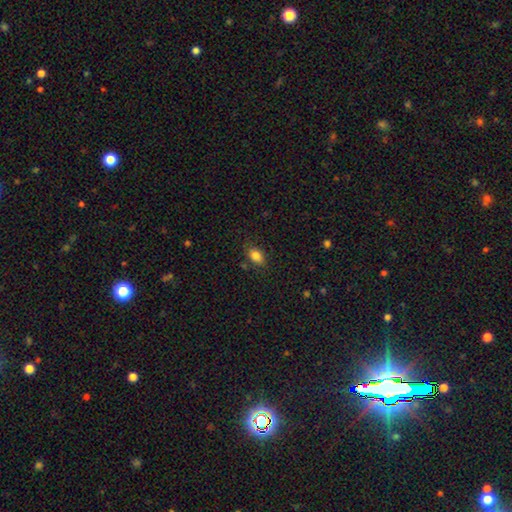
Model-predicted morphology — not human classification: This is clearly a smooth galaxy (84%). How rounded: clearly in between (83%). Merging: clearly none (81%).